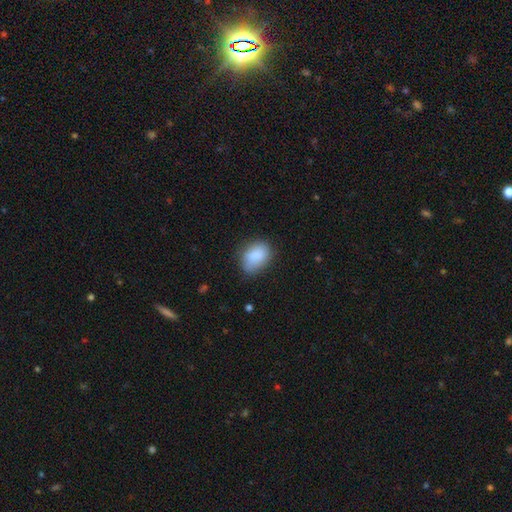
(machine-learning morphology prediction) This is clearly a smooth galaxy (86%). How rounded: likely in between (79%). Merging: likely none (70%).